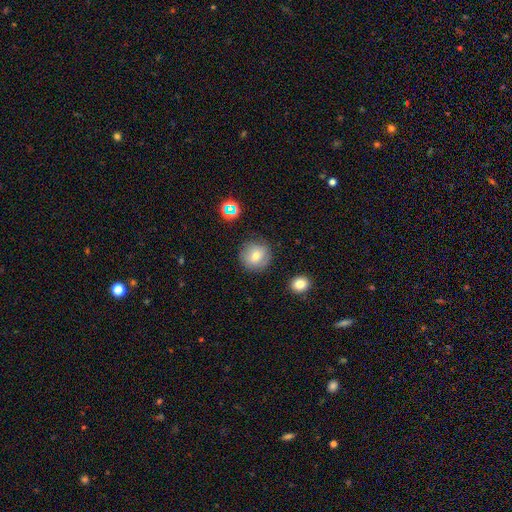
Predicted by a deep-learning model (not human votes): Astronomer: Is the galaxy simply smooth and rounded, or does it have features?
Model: smooth — 69%.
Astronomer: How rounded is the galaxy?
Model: round — 93%.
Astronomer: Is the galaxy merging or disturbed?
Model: none — 84%.